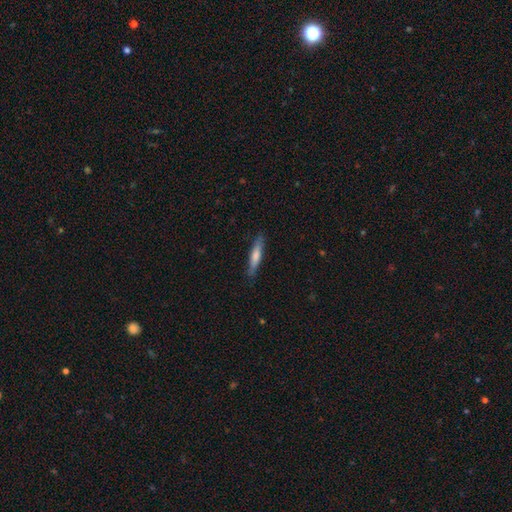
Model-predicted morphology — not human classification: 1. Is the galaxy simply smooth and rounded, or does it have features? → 61% smooth, 33% featured or disk, 6% star or artifact.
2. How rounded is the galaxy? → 90% cigar-shaped, 8% in between, 1% round.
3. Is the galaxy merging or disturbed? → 86% none, 11% minor disturbance, 2% major disturbance, 1% merger.